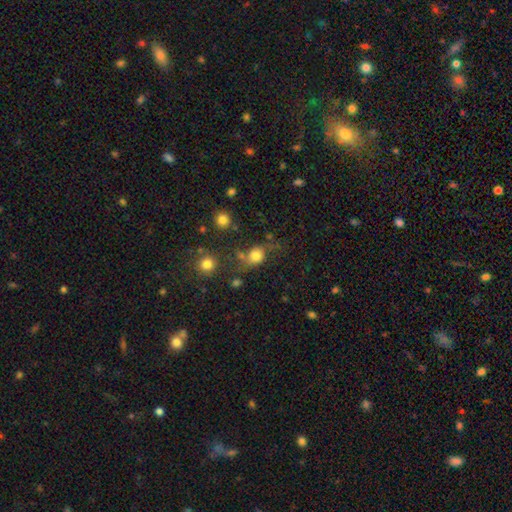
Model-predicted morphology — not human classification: Overall: smooth (69%). How rounded: round (70%). Merging: none (49%; minor disturbance 21%).